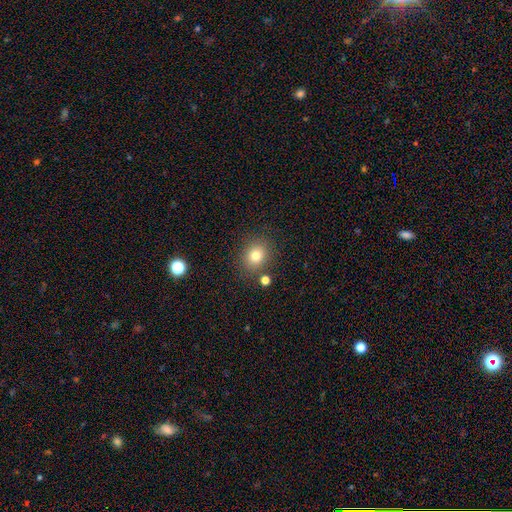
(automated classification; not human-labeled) Overall: smooth (78%). How rounded: round (72%). Merging: none (81%).